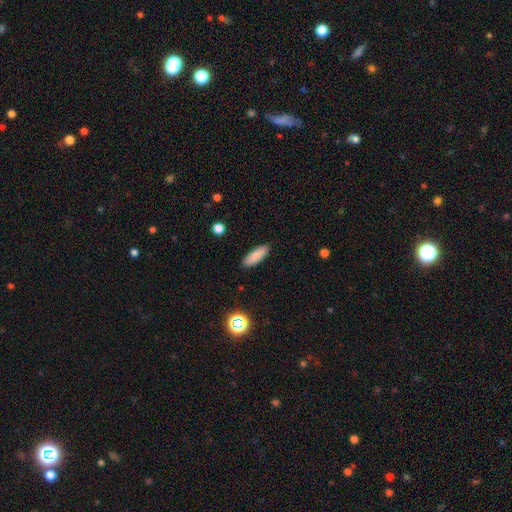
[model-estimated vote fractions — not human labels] Morphology: type=smooth (86%); roundness=in between (59%); merging=none (90%).